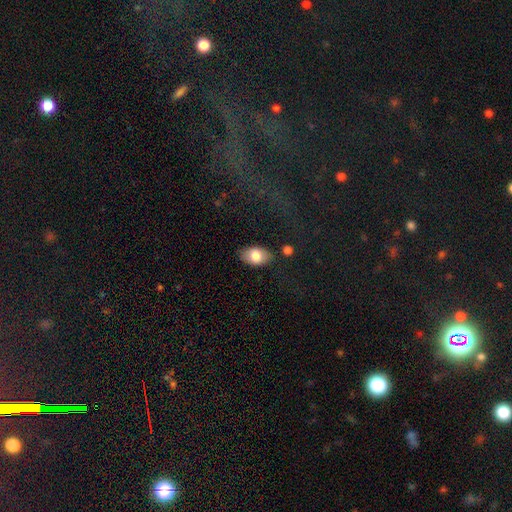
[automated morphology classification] smooth-or-featured: smooth: 77% | featured or disk: 16% | star or artifact: 7%
  how-rounded: in between: 89% | round: 10% | cigar-shaped: 2%
  merging: none: 82% | minor disturbance: 12% | merger: 3% | major disturbance: 3%